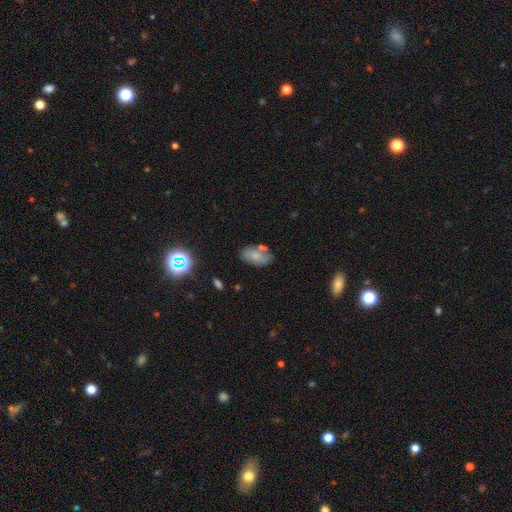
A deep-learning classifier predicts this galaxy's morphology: Smooth or featured: smooth — 67% (featured or disk — 22%)
How rounded: in between — 92% (round — 6%)
Merging: none — 56% (minor disturbance — 21%)